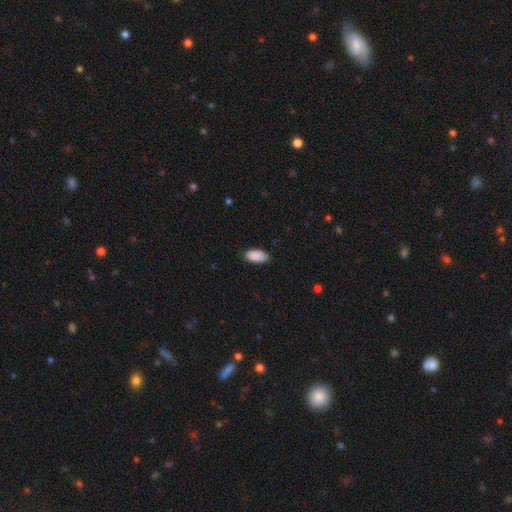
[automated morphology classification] smooth 90%, star or artifact 6%, featured or disk 3%. Down the decision tree: how rounded — in between (93%); merging — none (85%).